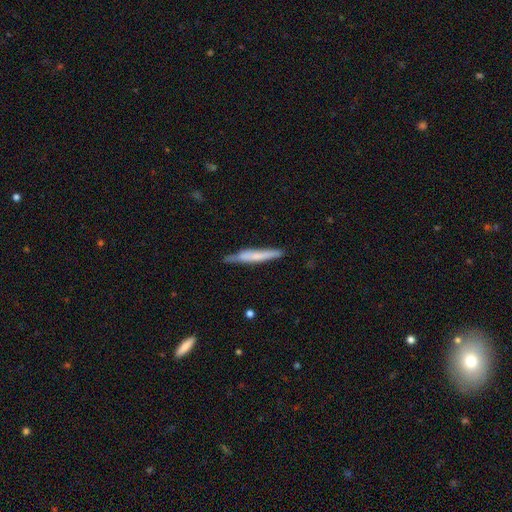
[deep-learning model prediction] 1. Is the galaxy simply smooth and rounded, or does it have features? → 55% smooth, 39% featured or disk, 6% star or artifact.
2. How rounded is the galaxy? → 94% cigar-shaped, 4% in between, 1% round.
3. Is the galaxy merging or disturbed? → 71% none, 23% minor disturbance, 4% major disturbance, 2% merger.